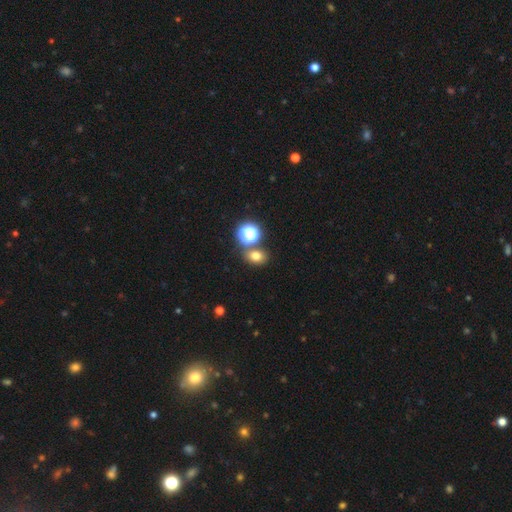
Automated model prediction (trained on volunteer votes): This is likely a smooth galaxy (72%). How rounded: possibly in between (54%). Merging: likely none (71%).